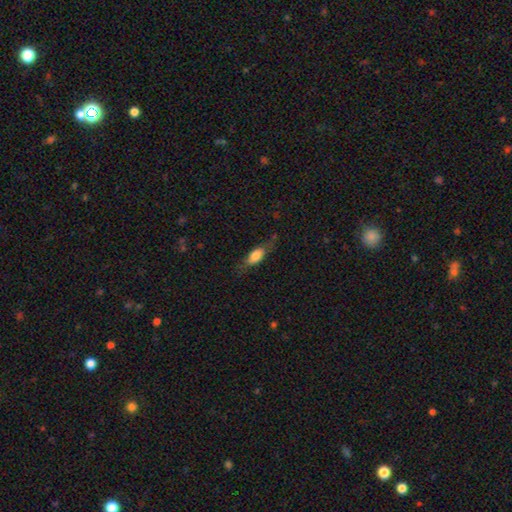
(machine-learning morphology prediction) This appears to be a smooth galaxy with no disk features (68%) that is in between round and cigar-shaped (71%). Merging: none (64%).